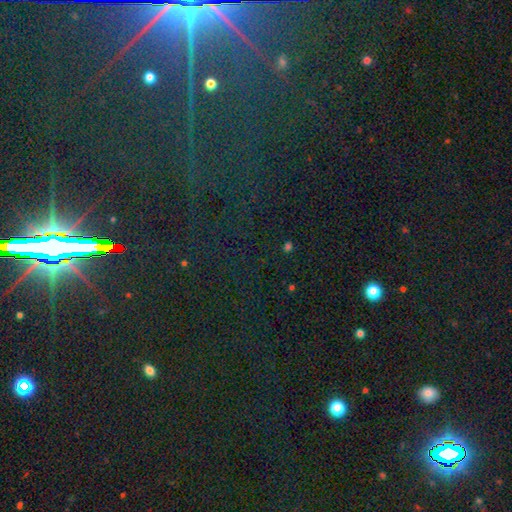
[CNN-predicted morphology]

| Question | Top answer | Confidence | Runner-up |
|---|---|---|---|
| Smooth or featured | star or artifact | 82% | smooth (10%) |